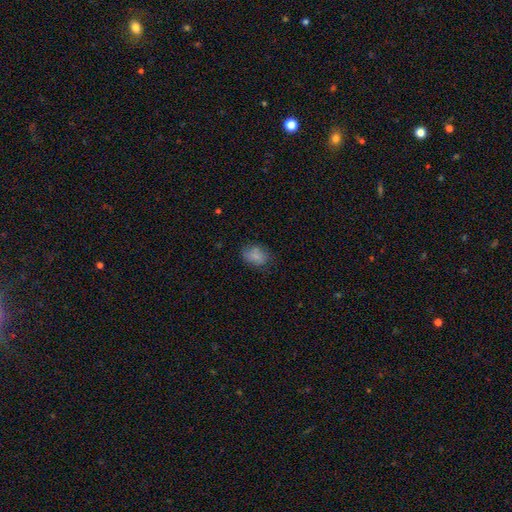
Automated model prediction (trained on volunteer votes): Smooth or featured: smooth — 81% (featured or disk — 10%)
How rounded: in between — 71% (round — 28%)
Merging: none — 71% (minor disturbance — 21%)